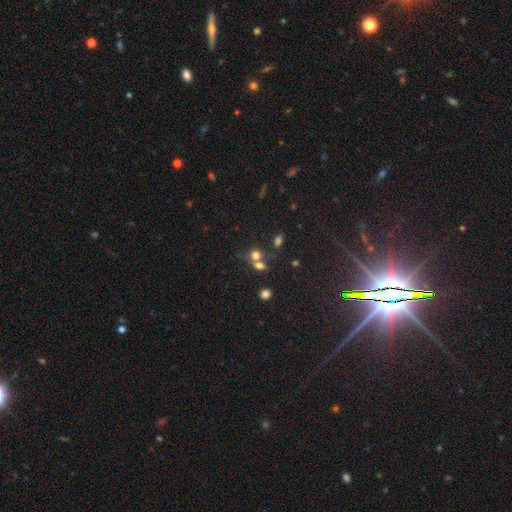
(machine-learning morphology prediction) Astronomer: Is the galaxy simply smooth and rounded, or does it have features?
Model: smooth — 67%.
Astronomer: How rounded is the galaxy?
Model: round — 66%.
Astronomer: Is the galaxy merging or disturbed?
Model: merger — 47% (runner-up: none, 38%).